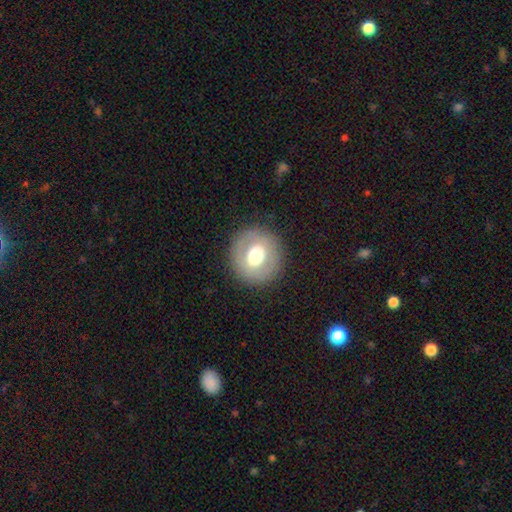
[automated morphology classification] type=smooth (57%); roundness=round (89%); merging=none (87%).